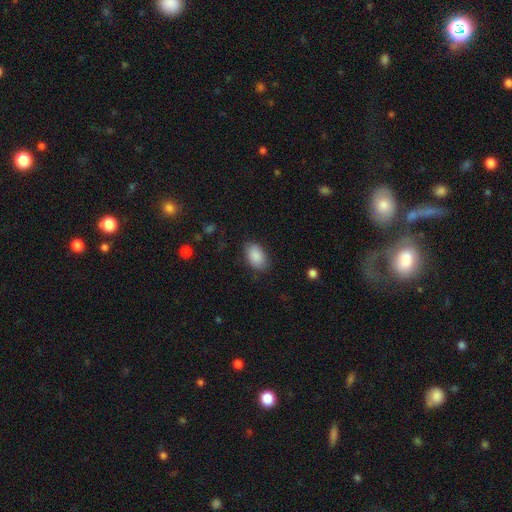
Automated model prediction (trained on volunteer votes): smooth 89%, star or artifact 7%, featured or disk 5%. Down the decision tree: how rounded — in between (91%); merging — none (82%).